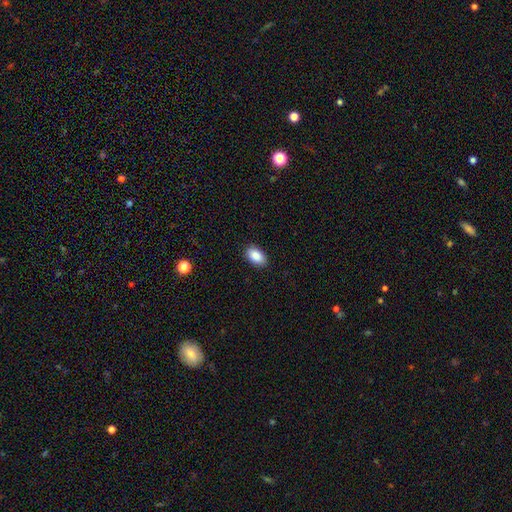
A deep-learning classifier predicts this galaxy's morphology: This is clearly a smooth galaxy (88%). How rounded: clearly in between (93%). Merging: clearly none (89%).